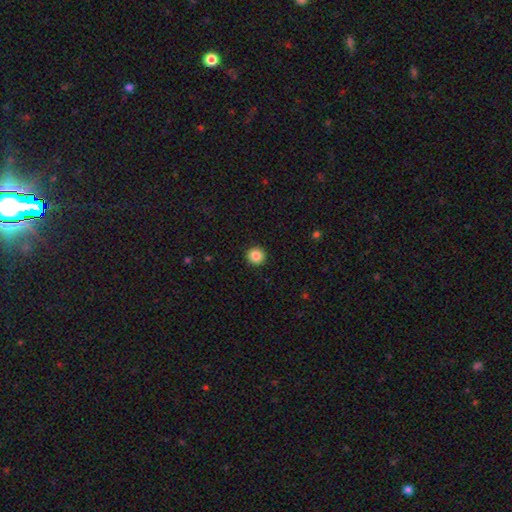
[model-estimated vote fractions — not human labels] Q: Smooth or featured?
A: smooth (86%); runner-up: star or artifact (10%)
Q: How rounded?
A: round (93%); runner-up: in between (6%)
Q: Merging?
A: none (93%); runner-up: minor disturbance (5%)